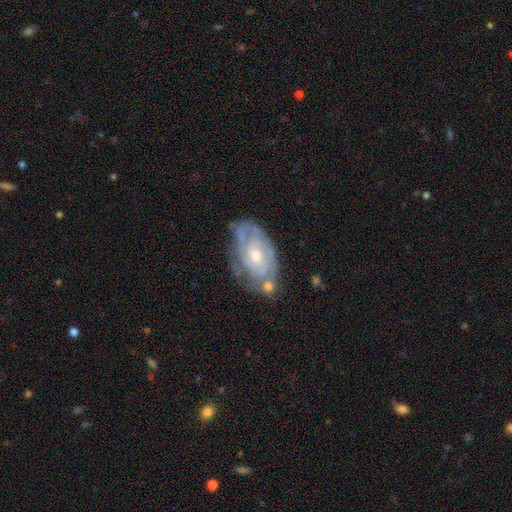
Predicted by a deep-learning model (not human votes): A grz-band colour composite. It shows a featured or disk galaxy (81%) with no bar (69%), tight (67%) spiral arms (90%) and a moderate central bulge (53%). Merging: none (59%).